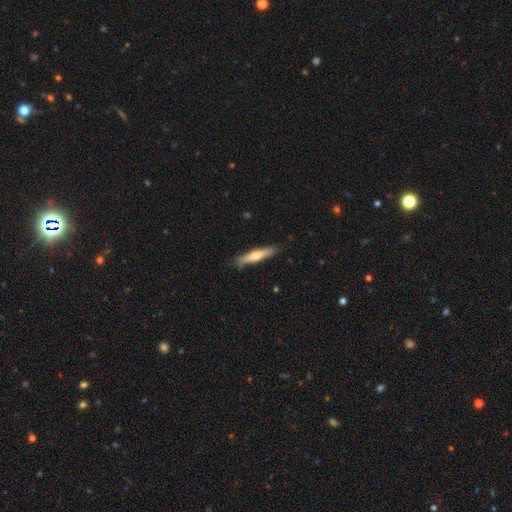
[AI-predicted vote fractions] Smooth or featured?
  - smooth: 52% *
  - featured or disk: 43%
  - star or artifact: 5%
How rounded?
  - cigar-shaped: 87% *
  - in between: 11%
  - round: 2%
Merging?
  - none: 86% *
  - minor disturbance: 11%
  - major disturbance: 2%
  - merger: 1%